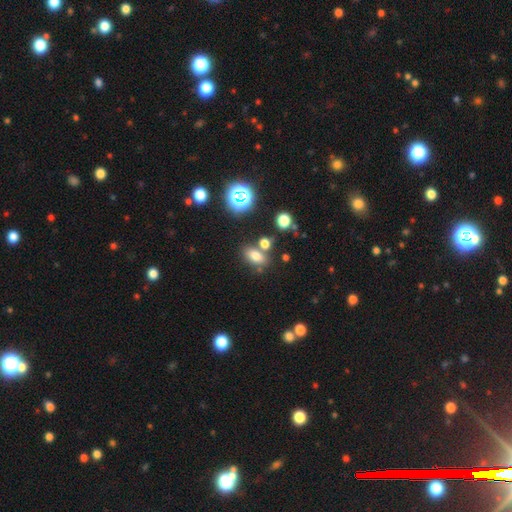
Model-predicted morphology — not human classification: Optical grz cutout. It shows a smooth galaxy with no disk features (72%) that is in between round and cigar-shaped (79%). Merging: none (64%).